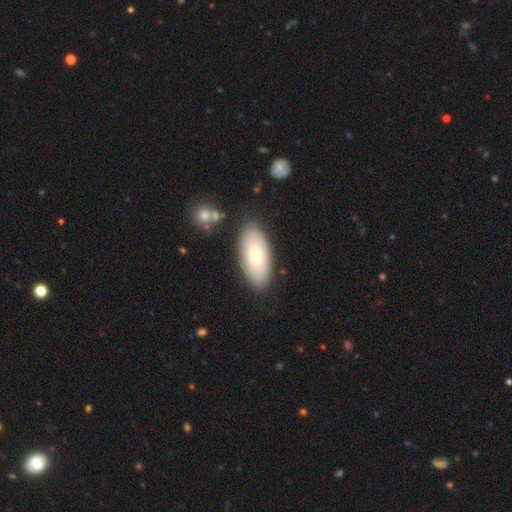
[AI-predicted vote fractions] Morphology: type=smooth (67%); roundness=in between (91%); merging=none (85%).